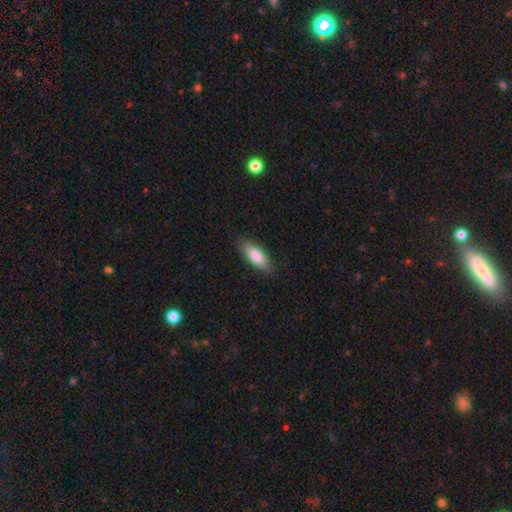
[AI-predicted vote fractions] This is clearly a smooth galaxy (84%). How rounded: likely in between (71%). Merging: clearly none (85%).